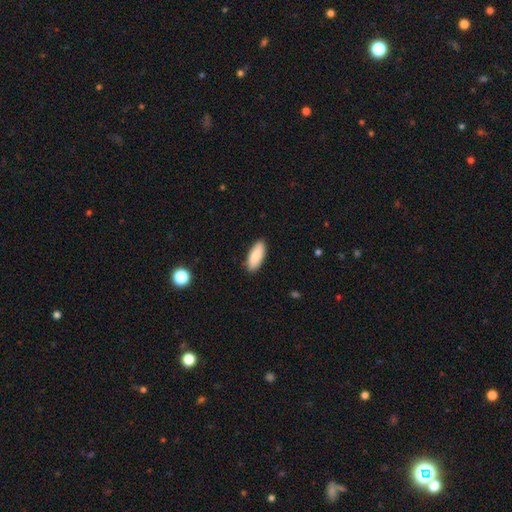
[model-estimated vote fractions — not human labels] Q: Smooth or featured?
A: smooth (86%); runner-up: featured or disk (8%)
Q: How rounded?
A: in between (79%); runner-up: cigar-shaped (19%)
Q: Merging?
A: none (89%); runner-up: minor disturbance (8%)